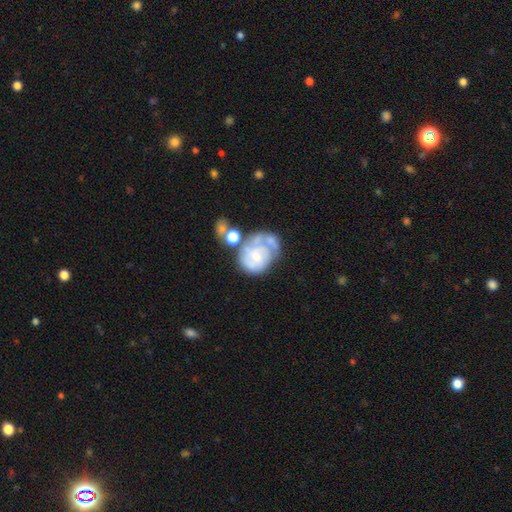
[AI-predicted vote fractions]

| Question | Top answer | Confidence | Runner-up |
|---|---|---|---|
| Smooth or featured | featured or disk | 67% | smooth (25%) |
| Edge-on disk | no | 98% | yes (2%) |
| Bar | no | 77% | weak (20%) |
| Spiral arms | yes | 68% | no (32%) |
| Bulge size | small | 60% | moderate (28%) |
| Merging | none | 33% | minor disturbance (23%) |